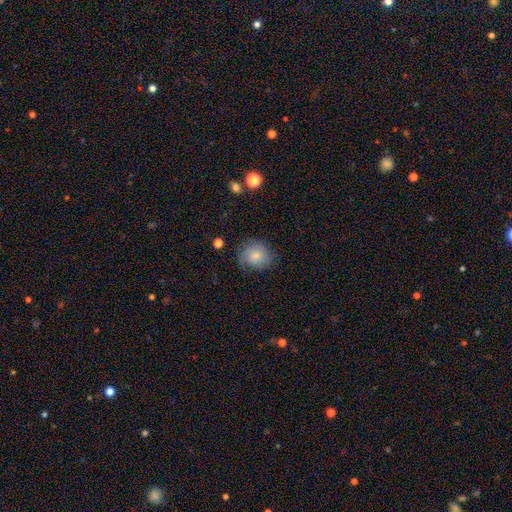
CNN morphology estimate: Q: Smooth or featured?
A: smooth (61%); runner-up: featured or disk (30%)
Q: How rounded?
A: round (76%); runner-up: in between (23%)
Q: Merging?
A: none (66%); runner-up: minor disturbance (23%)